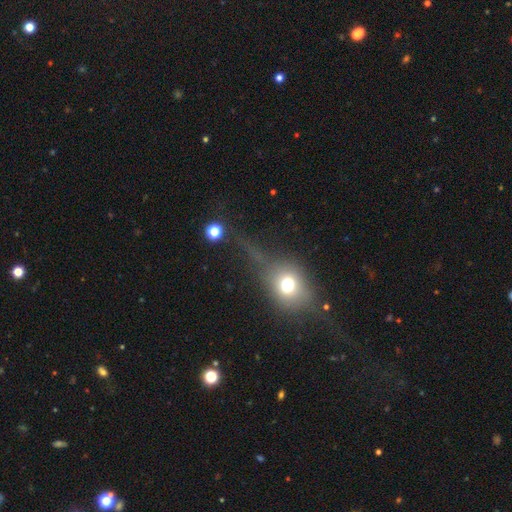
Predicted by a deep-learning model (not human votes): smooth_or_featured: smooth (p=0.39) [alt: star or artifact p=0.33]
merging: none (p=0.50) [alt: major disturbance p=0.22]